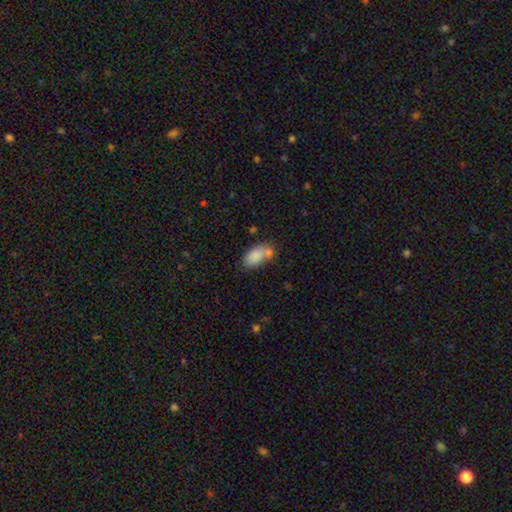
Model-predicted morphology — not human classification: smooth_or_featured: smooth (p=0.84) [alt: featured or disk p=0.09]
how_rounded: in between (p=0.92) [alt: round p=0.05]
merging: none (p=0.50) [alt: merger p=0.29]